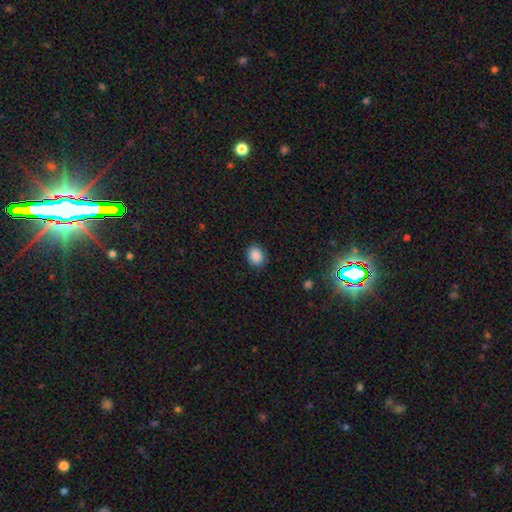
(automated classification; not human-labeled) smooth 88%, star or artifact 8%, featured or disk 3%. Down the decision tree: how rounded — round (51%); merging — none (88%).